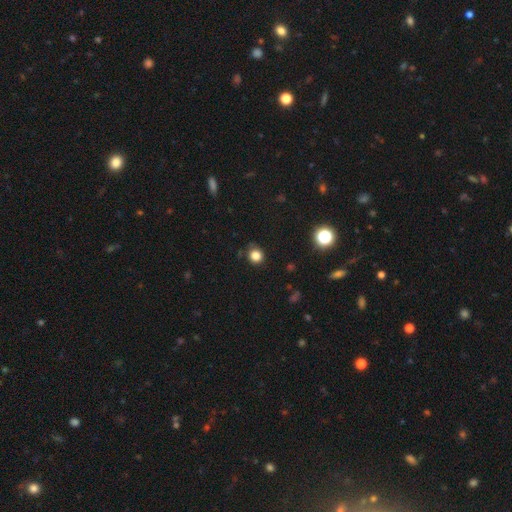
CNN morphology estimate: Overall: smooth (81%). How rounded: round (89%). Merging: none (81%).